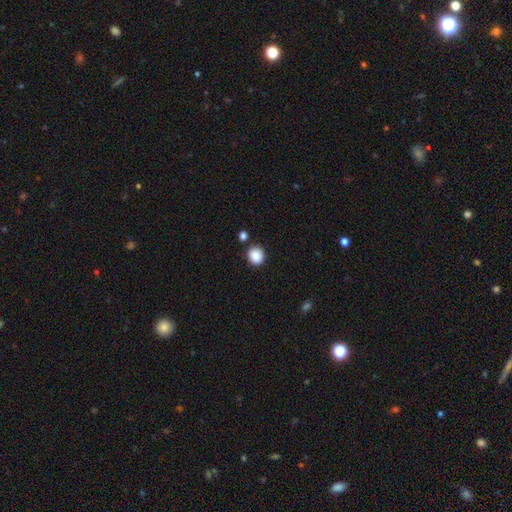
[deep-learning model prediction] Q: Smooth or featured?
A: smooth (88%); runner-up: star or artifact (9%)
Q: How rounded?
A: round (79%); runner-up: in between (21%)
Q: Merging?
A: none (83%); runner-up: minor disturbance (9%)